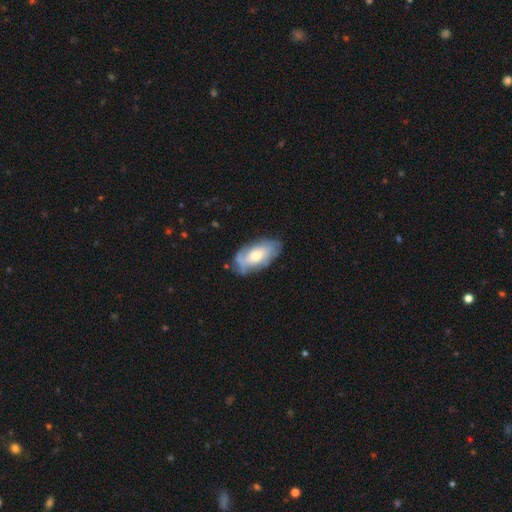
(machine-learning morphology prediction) Smooth or featured? Predicted: smooth (p=0.47, tied with featured or disk). Merging? Predicted: none (p=0.64).